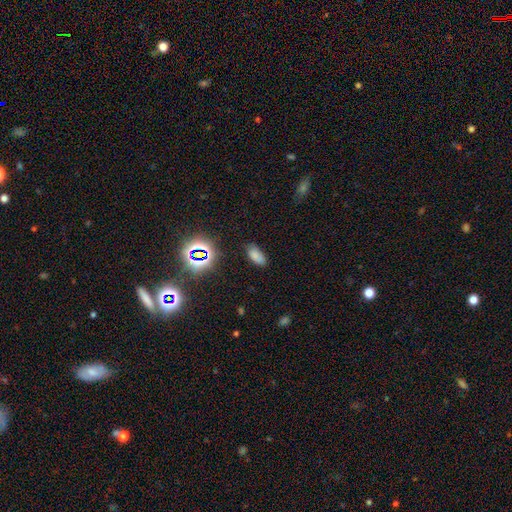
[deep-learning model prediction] Q: Smooth or featured?
A: smooth (69%); runner-up: star or artifact (23%)
Q: How rounded?
A: in between (90%); runner-up: cigar-shaped (6%)
Q: Merging?
A: none (76%); runner-up: minor disturbance (17%)